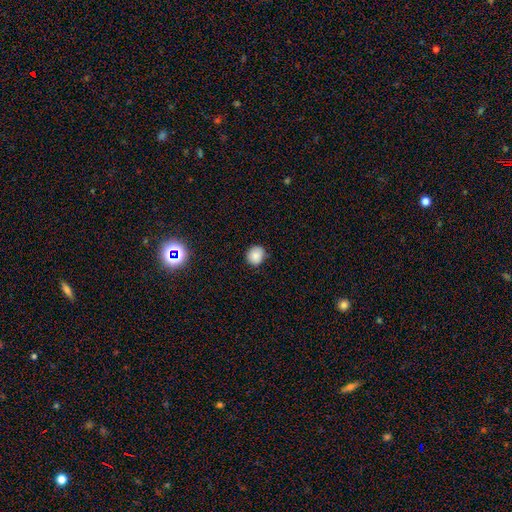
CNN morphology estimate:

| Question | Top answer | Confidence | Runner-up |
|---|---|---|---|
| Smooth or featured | smooth | 86% | star or artifact (10%) |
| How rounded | round | 82% | in between (17%) |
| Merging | none | 82% | minor disturbance (14%) |